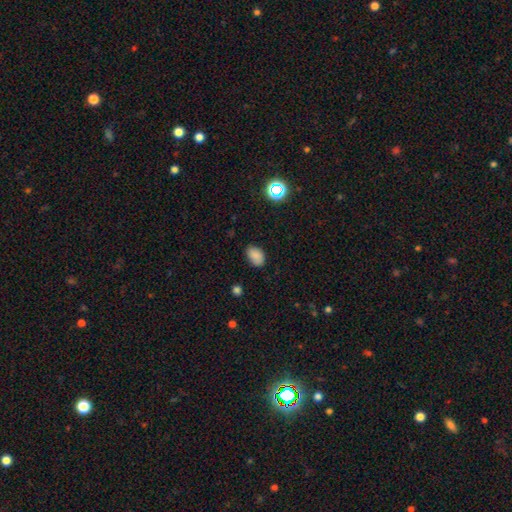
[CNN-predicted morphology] Smooth or featured? smooth (84%)
How rounded? in between (84%)
Merging? none (79%)